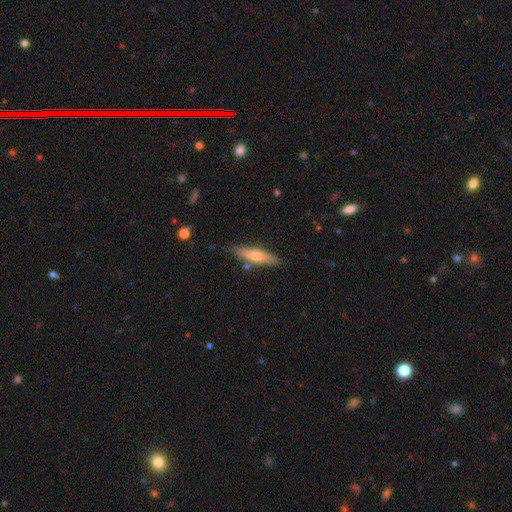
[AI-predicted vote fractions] Morphology: type=smooth (67%); roundness=cigar-shaped (75%); merging=none (79%).